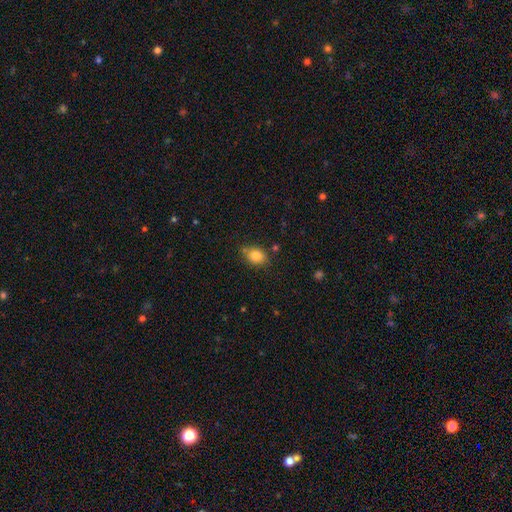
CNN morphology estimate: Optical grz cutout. It shows a smooth galaxy with no disk features (83%) that is in between round and cigar-shaped (61%). Merging: none (73%).